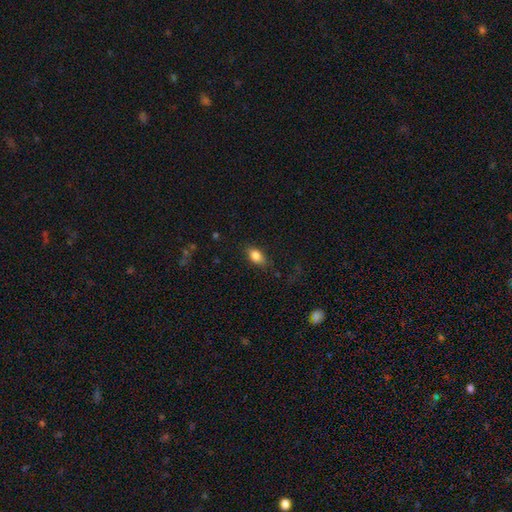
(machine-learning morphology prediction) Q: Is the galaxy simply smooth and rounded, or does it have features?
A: smooth — 83%.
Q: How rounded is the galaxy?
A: in between — 84%.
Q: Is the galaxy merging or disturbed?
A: none — 79%.